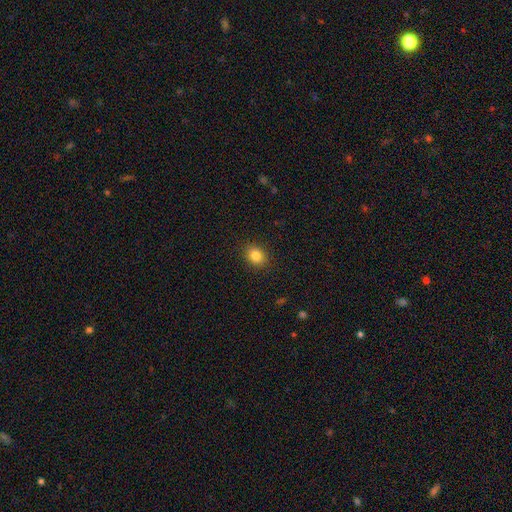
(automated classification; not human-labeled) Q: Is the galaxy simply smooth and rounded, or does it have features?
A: smooth — 83%.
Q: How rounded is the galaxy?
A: round — 52%.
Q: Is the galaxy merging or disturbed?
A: none — 90%.